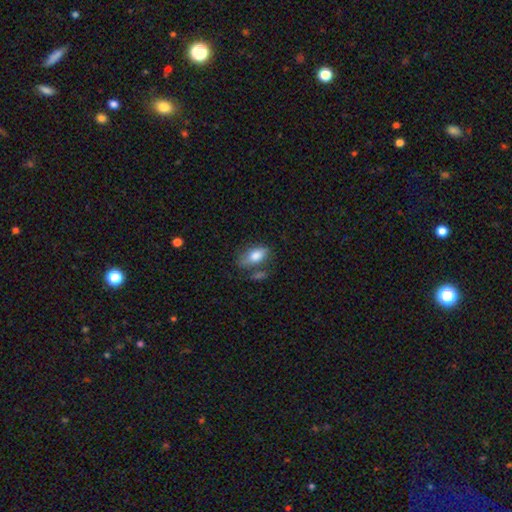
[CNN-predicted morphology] Smooth or featured? smooth (78%)
How rounded? in between (87%)
Merging? none (55%)